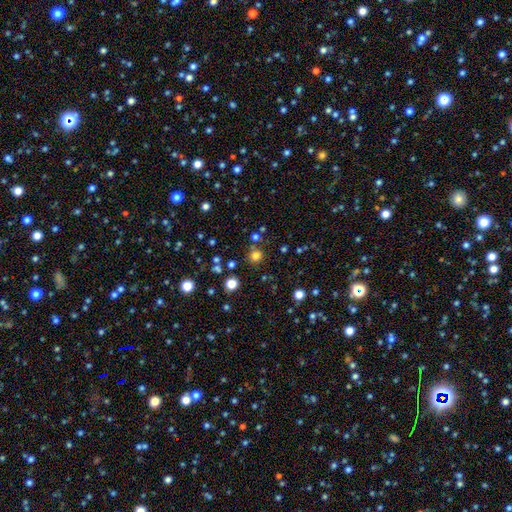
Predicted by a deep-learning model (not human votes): This appears to be a smooth galaxy with no disk features (76%) that is round (92%). Merging: none (82%).